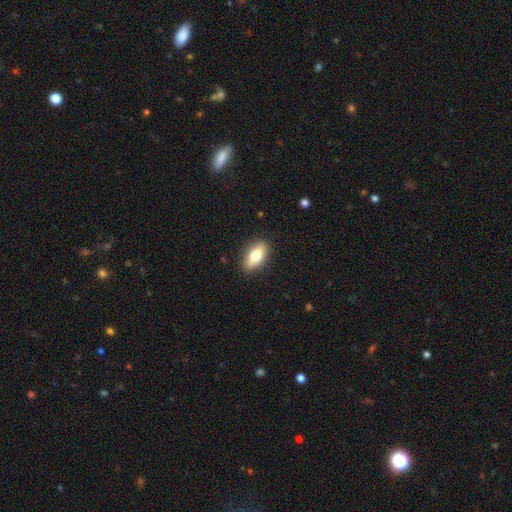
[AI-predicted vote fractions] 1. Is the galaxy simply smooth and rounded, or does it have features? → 71% smooth, 22% featured or disk, 7% star or artifact.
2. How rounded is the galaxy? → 83% in between, 12% cigar-shaped, 5% round.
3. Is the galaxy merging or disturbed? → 88% none, 9% minor disturbance, 2% major disturbance, 1% merger.